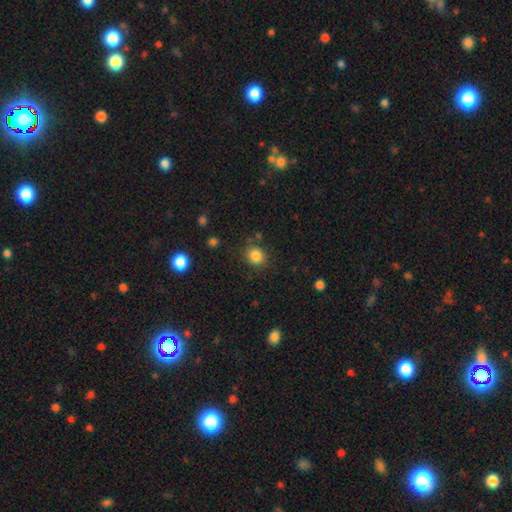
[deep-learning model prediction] Overall: smooth (84%). How rounded: round (77%). Merging: none (83%).